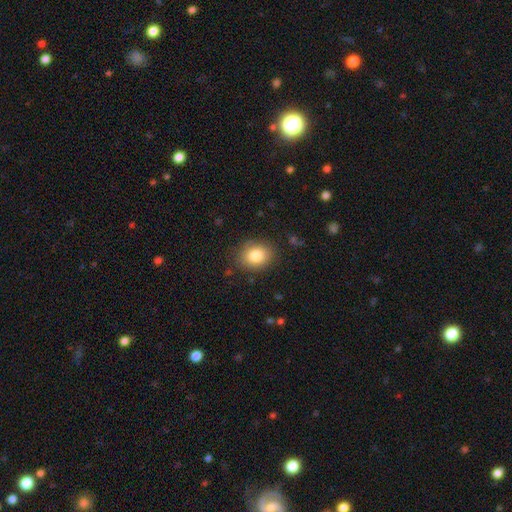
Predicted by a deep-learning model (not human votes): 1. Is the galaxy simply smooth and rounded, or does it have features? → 84% smooth, 9% star or artifact, 7% featured or disk.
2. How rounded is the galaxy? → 52% in between, 47% round, 1% cigar-shaped.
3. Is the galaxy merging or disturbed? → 84% none, 11% minor disturbance, 3% major disturbance, 1% merger.